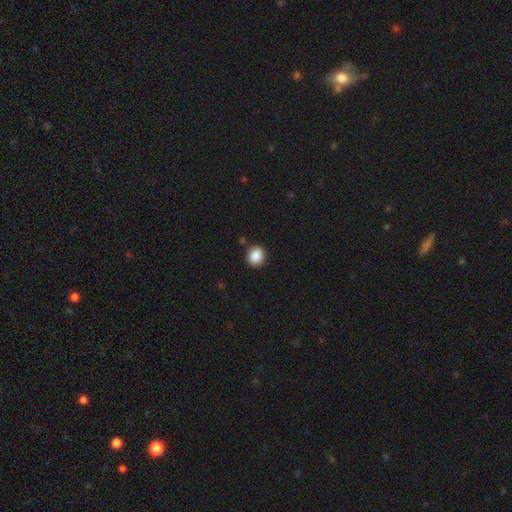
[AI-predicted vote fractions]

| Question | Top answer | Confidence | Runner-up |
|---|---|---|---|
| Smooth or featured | smooth | 87% | star or artifact (9%) |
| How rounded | round | 76% | in between (23%) |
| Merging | none | 88% | minor disturbance (8%) |